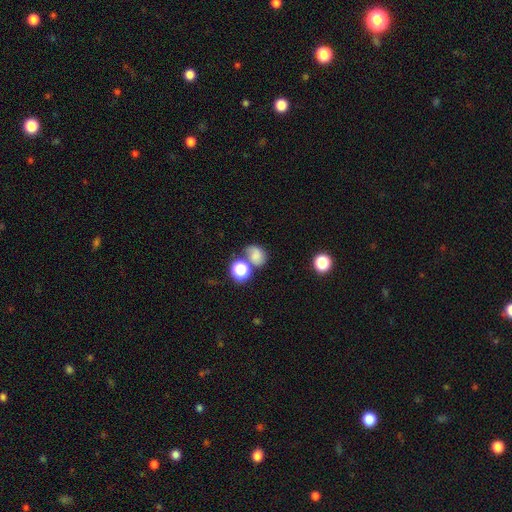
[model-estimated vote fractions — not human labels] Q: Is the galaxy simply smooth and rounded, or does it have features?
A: smooth — 67%.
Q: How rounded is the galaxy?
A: round — 53%.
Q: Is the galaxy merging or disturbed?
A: none — 44%.